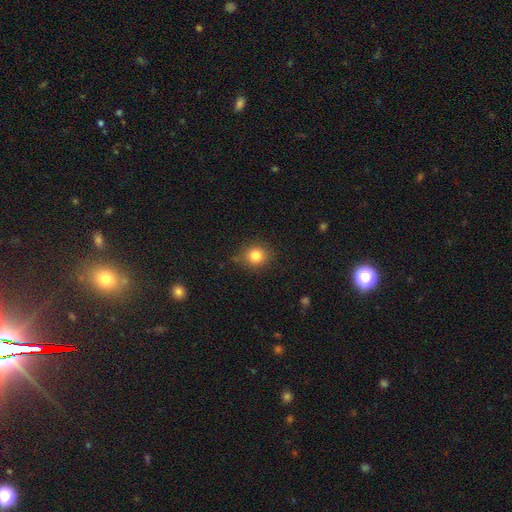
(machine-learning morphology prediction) smooth-or-featured: smooth: 82% | star or artifact: 11% | featured or disk: 6%
  how-rounded: round: 85% | in between: 14% | cigar-shaped: 1%
  merging: none: 83% | minor disturbance: 13% | major disturbance: 3% | merger: 2%